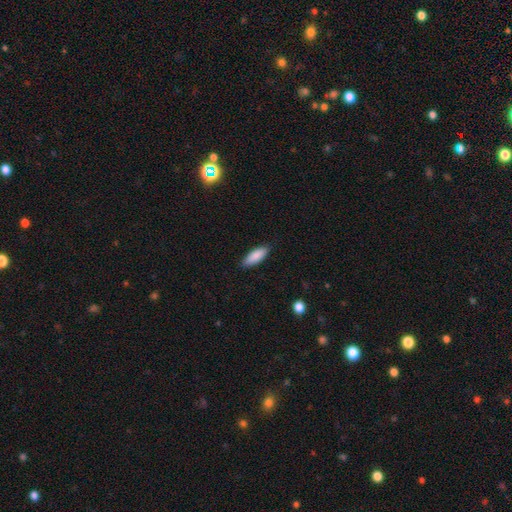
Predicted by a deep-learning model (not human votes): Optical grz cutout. It shows a smooth galaxy with no disk features (88%) that is in between round and cigar-shaped (72%). Merging: none (88%).